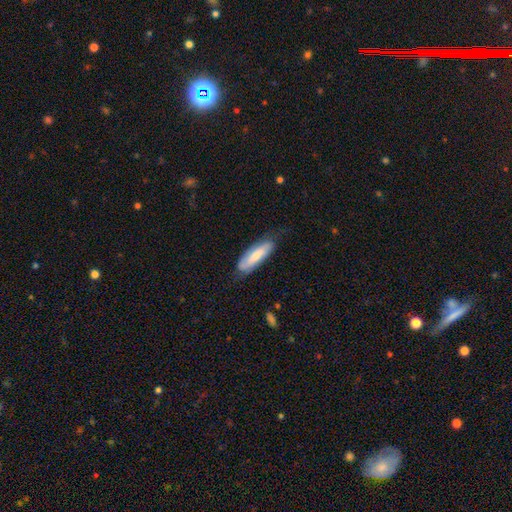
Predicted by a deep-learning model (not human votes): Smooth or featured?
  - smooth: 69% *
  - featured or disk: 25%
  - star or artifact: 5%
How rounded?
  - cigar-shaped: 53% *
  - in between: 45%
  - round: 2%
Merging?
  - none: 70% *
  - minor disturbance: 23%
  - major disturbance: 6%
  - merger: 1%